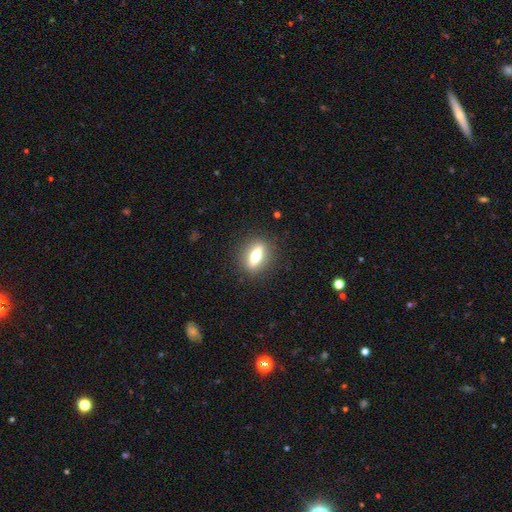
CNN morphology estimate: Smooth or featured?
  - featured or disk: 47% *
  - smooth: 45%
  - star or artifact: 9%
Merging?
  - none: 87% *
  - minor disturbance: 8%
  - major disturbance: 4%
  - merger: 1%